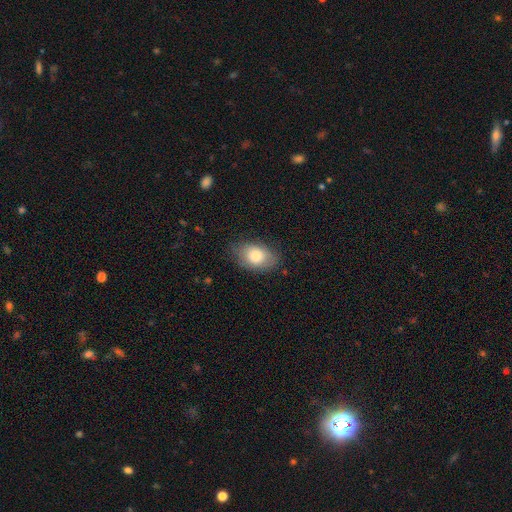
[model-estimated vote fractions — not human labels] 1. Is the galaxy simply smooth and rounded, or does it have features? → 79% smooth, 14% featured or disk, 7% star or artifact.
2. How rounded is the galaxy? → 87% in between, 12% round, 1% cigar-shaped.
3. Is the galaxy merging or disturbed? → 75% none, 19% minor disturbance, 4% major disturbance, 1% merger.